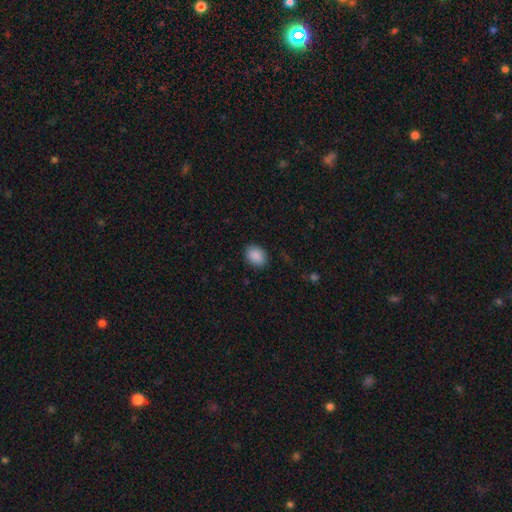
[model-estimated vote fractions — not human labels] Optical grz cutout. It shows a smooth galaxy with no disk features (89%) that is in between round and cigar-shaped (63%). Merging: none (87%).